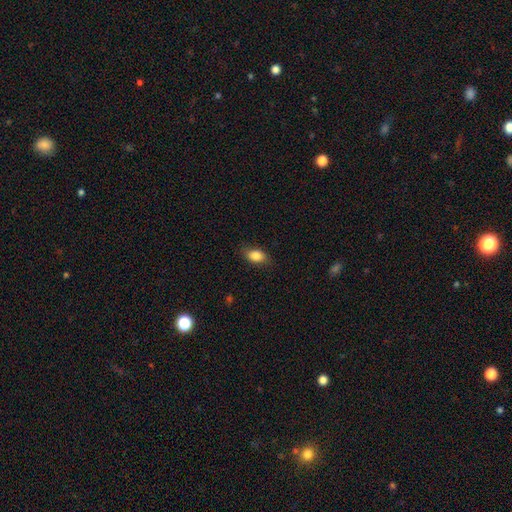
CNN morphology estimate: Q: Smooth or featured?
A: smooth (85%); runner-up: star or artifact (8%)
Q: How rounded?
A: in between (86%); runner-up: round (11%)
Q: Merging?
A: none (82%); runner-up: minor disturbance (14%)